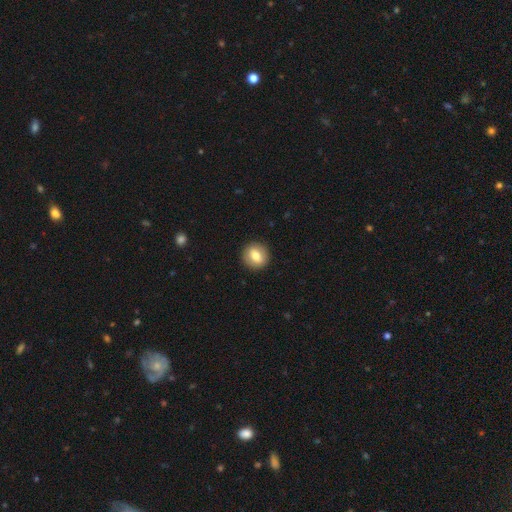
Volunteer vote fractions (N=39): Smooth or featured? 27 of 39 (69%) said smooth. How rounded? 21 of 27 (78%) said round. Merging? 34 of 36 (94%) said none.